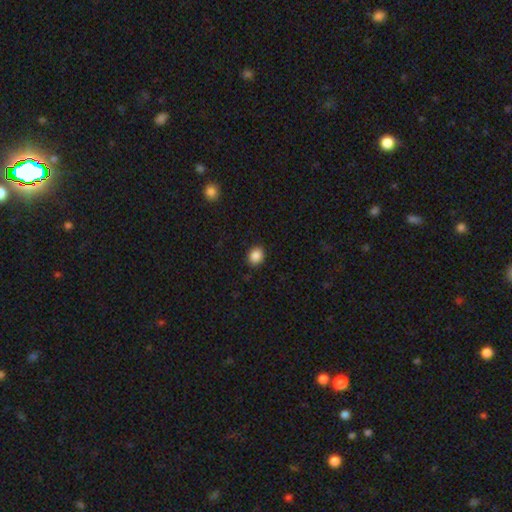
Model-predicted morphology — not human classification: Overall: smooth (88%). How rounded: round (57%; in between 42%). Merging: none (89%).